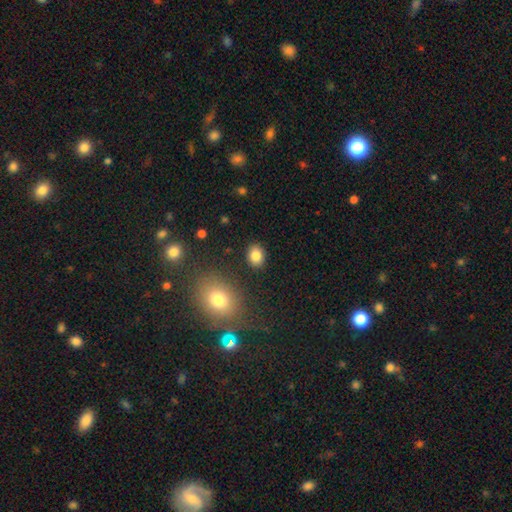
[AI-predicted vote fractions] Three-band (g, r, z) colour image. It shows a smooth galaxy with no disk features (84%) that is in between round and cigar-shaped (55%). Merging: none (88%).